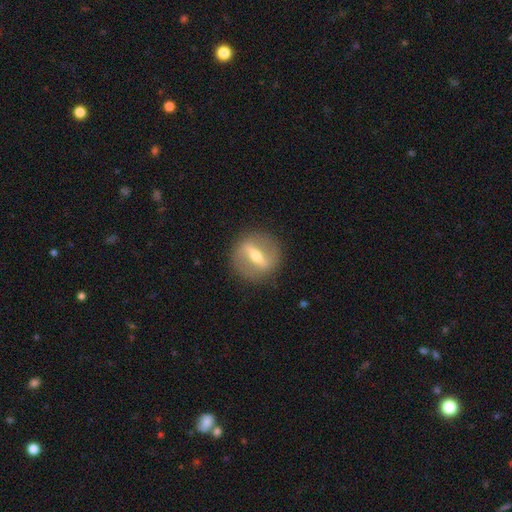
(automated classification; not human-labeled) The model was most divided on "spiral arms": no: 69%, yes: 31%. More confident: merging — none (87%); bar — strong (77%); smooth or featured — featured or disk (75%); edge-on disk — no (70%); bulge size — moderate (66%).